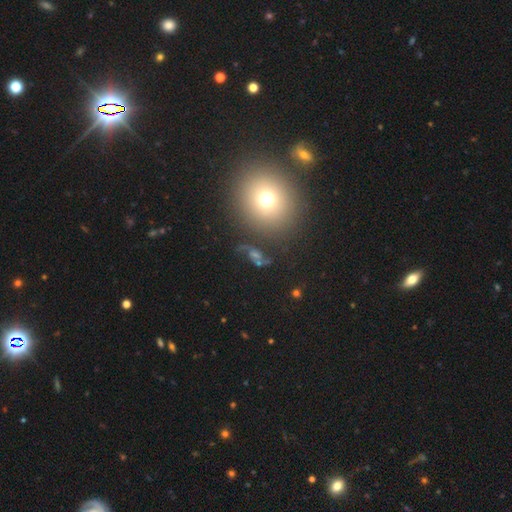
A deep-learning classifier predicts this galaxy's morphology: The model was most divided on "smooth or featured": smooth: 39%, star or artifact: 36%, featured or disk: 25%. More confident: merging — none (72%).